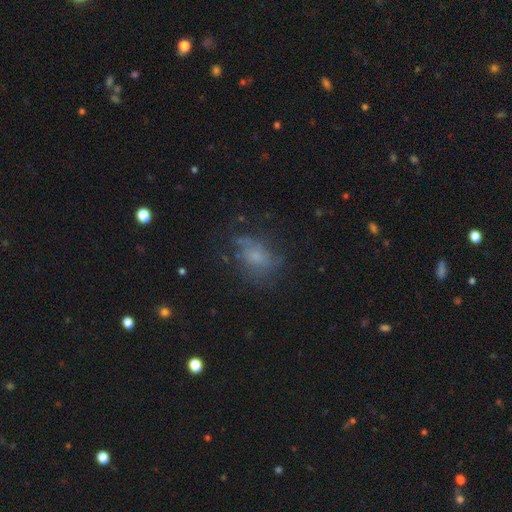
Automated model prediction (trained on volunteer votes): smooth_or_featured: smooth (p=0.48) [alt: featured or disk p=0.34]
merging: none (p=0.54) [alt: minor disturbance p=0.24]